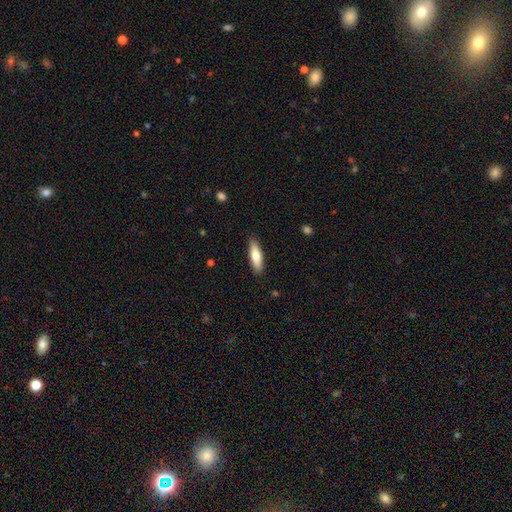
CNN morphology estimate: The model was most divided on "how rounded": cigar-shaped: 59%, in between: 40%, round: 2%. More confident: merging — none (88%); smooth or featured — smooth (73%).